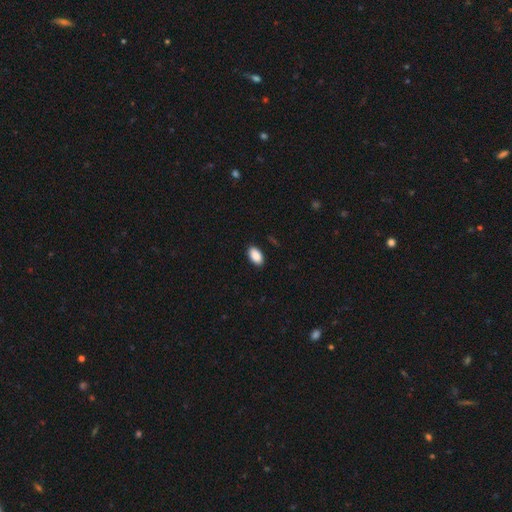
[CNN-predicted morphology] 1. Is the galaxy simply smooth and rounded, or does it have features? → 90% smooth, 7% star or artifact, 3% featured or disk.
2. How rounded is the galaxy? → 93% in between, 5% round, 2% cigar-shaped.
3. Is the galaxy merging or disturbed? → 89% none, 8% minor disturbance, 2% major disturbance, 1% merger.